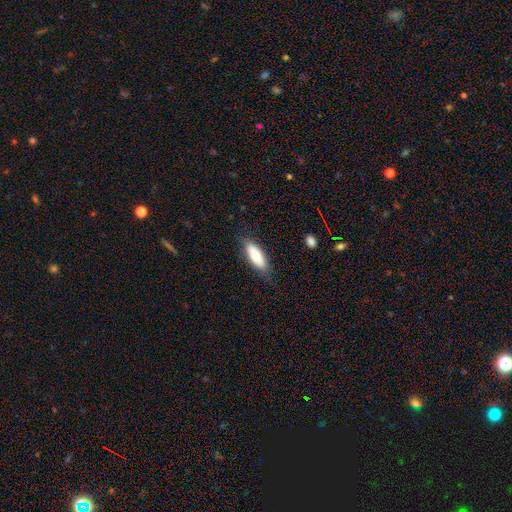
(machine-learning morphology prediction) Q: Smooth or featured?
A: smooth (77%); runner-up: featured or disk (16%)
Q: How rounded?
A: in between (66%); runner-up: cigar-shaped (32%)
Q: Merging?
A: none (82%); runner-up: minor disturbance (14%)